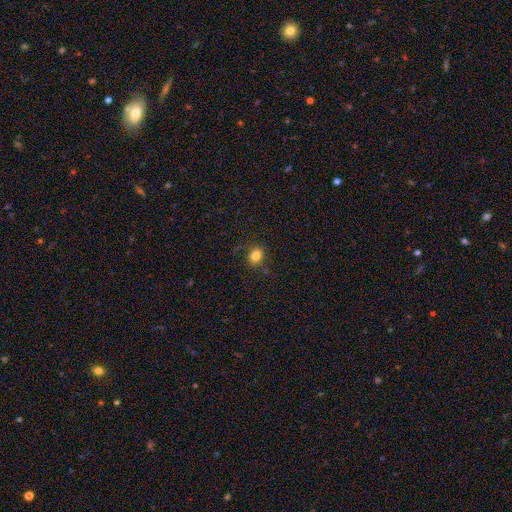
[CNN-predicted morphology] Smooth or featured?
  - smooth: 82% *
  - star or artifact: 12%
  - featured or disk: 7%
How rounded?
  - round: 59% *
  - in between: 40%
  - cigar-shaped: 1%
Merging?
  - none: 83% *
  - minor disturbance: 11%
  - major disturbance: 3%
  - merger: 2%